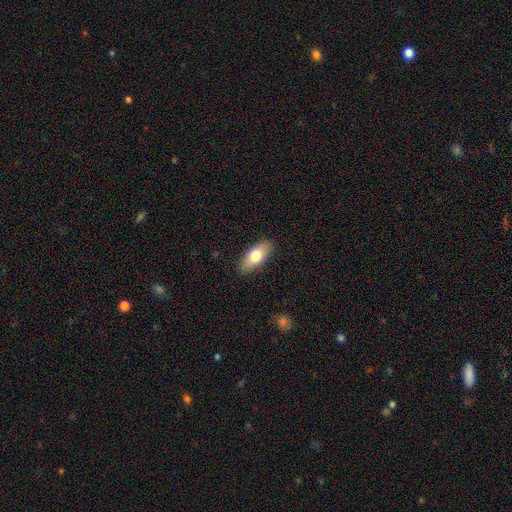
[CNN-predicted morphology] smooth-or-featured: smooth: 72% | featured or disk: 22% | star or artifact: 6%
  how-rounded: in between: 82% | cigar-shaped: 15% | round: 3%
  merging: none: 88% | minor disturbance: 9% | major disturbance: 2% | merger: 1%